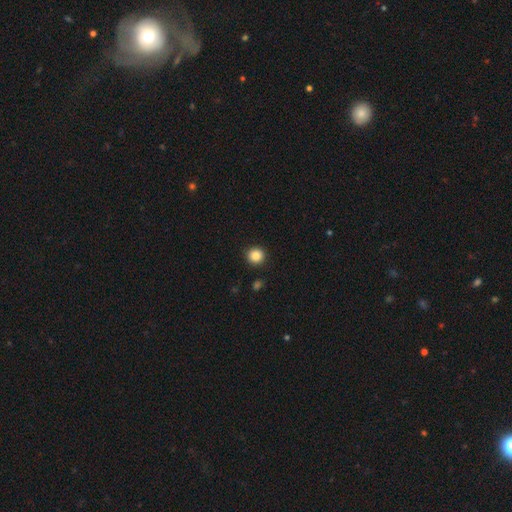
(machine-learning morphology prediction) The model was most divided on "smooth or featured": smooth: 86%, star or artifact: 10%, featured or disk: 4%. More confident: how rounded — round (93%); merging — none (92%).